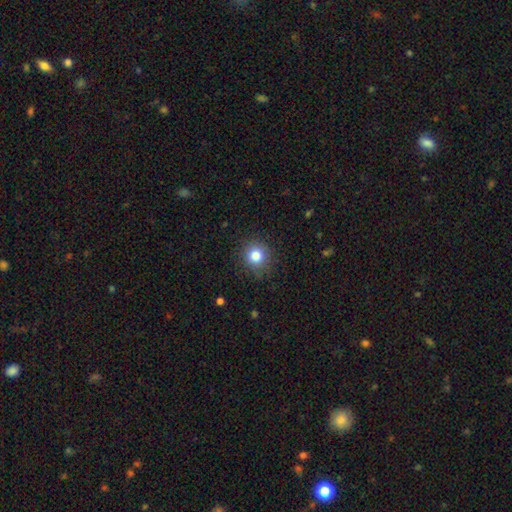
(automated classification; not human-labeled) Smooth or featured: smooth — 82% (star or artifact — 12%)
How rounded: round — 90% (in between — 9%)
Merging: none — 86% (minor disturbance — 10%)